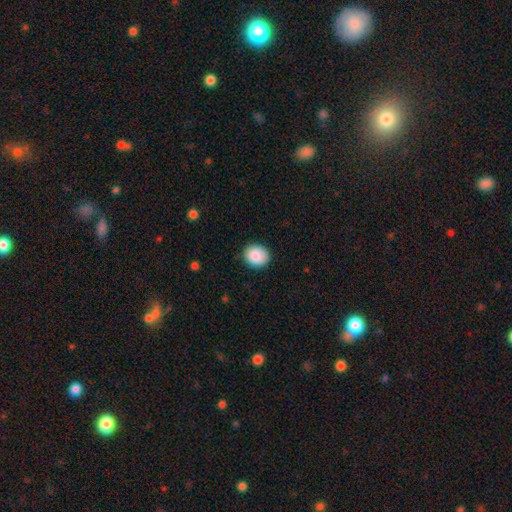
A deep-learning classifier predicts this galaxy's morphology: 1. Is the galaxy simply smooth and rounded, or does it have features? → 87% smooth, 8% star or artifact, 6% featured or disk.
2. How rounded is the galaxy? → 69% round, 30% in between, 1% cigar-shaped.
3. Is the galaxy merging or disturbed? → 87% none, 10% minor disturbance, 2% major disturbance, 1% merger.